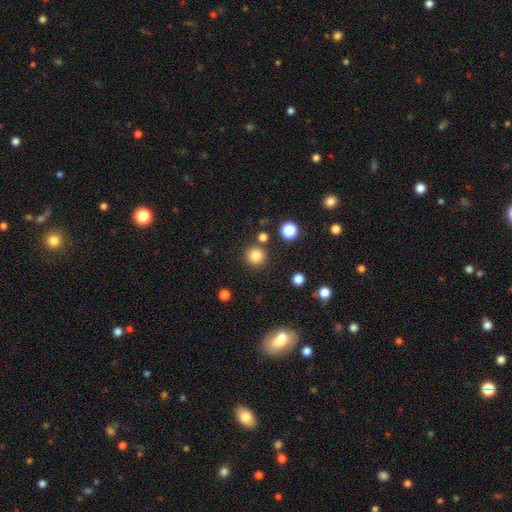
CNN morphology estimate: Q: Smooth or featured?
A: smooth (83%); runner-up: star or artifact (12%)
Q: How rounded?
A: round (95%); runner-up: in between (4%)
Q: Merging?
A: none (85%); runner-up: minor disturbance (7%)